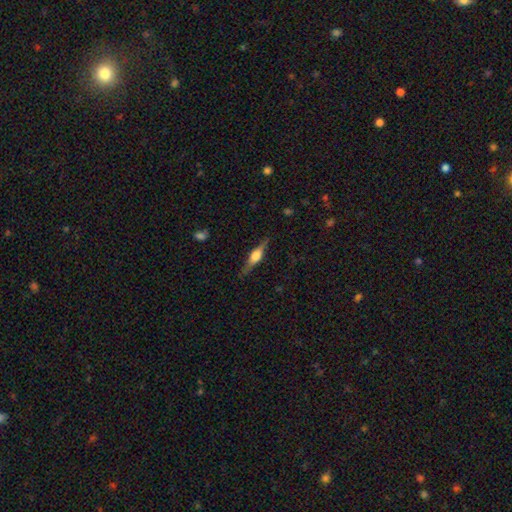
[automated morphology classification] The model was most divided on "smooth or featured": featured or disk: 71%, smooth: 23%, star or artifact: 6%. More confident: edge-on disk — yes (97%); edge-on bulge — rounded (89%); merging — none (86%).